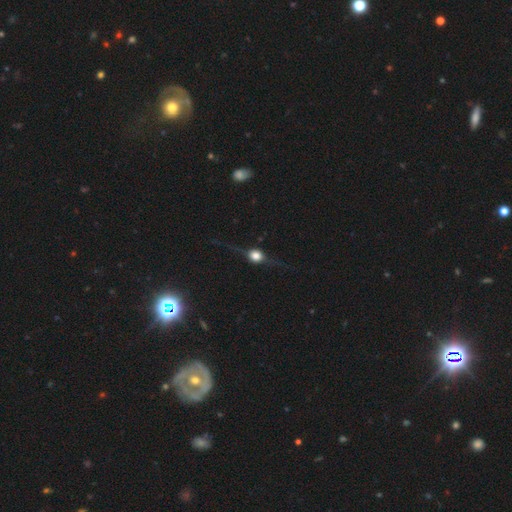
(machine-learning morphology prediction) This appears to be a featured or disk galaxy (69%) viewed edge-on (92%) with a rounded central bulge (96%). Merging: none (79%).